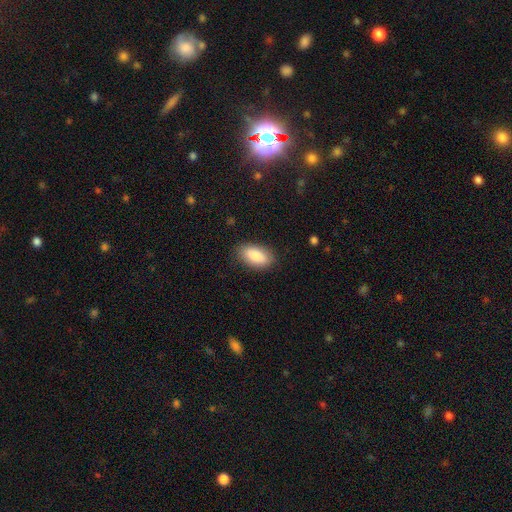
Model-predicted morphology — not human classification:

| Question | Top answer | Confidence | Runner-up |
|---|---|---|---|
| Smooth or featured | smooth | 87% | featured or disk (7%) |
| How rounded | in between | 93% | cigar-shaped (4%) |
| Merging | none | 85% | minor disturbance (11%) |